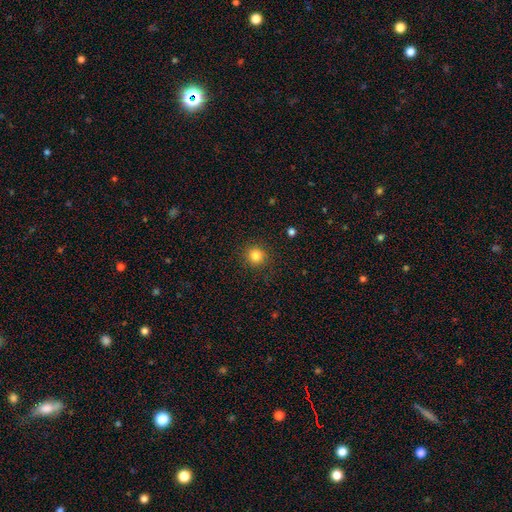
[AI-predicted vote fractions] smooth-or-featured: smooth: 83% | star or artifact: 12% | featured or disk: 5%
  how-rounded: round: 93% | in between: 6% | cigar-shaped: 1%
  merging: none: 90% | minor disturbance: 7% | major disturbance: 3% | merger: 1%